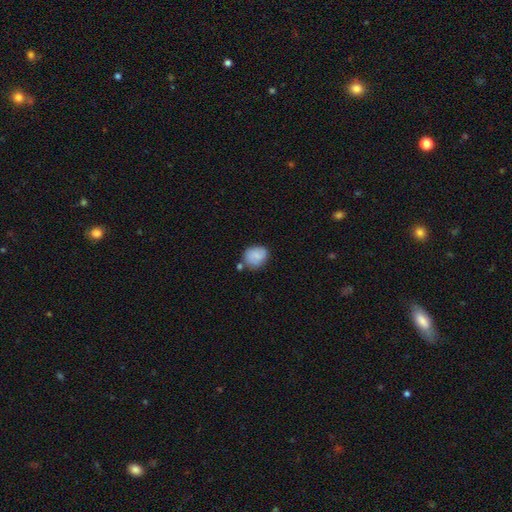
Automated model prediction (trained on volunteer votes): This appears to be a smooth galaxy with no disk features (74%) that is round (65%). Merging: none (61%).